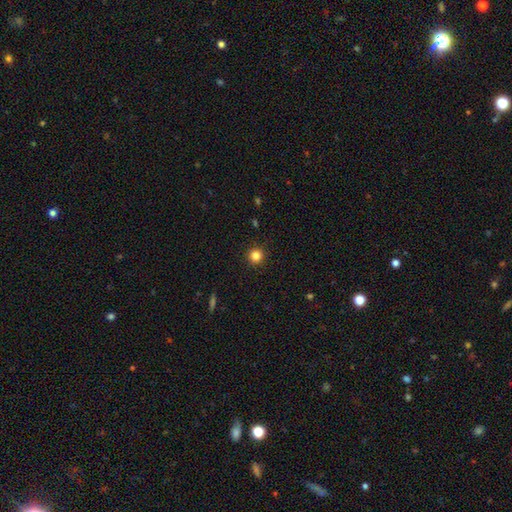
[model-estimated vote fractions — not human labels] A smooth galaxy with no disk features (83%) that is round (95%). Merging: none (93%).